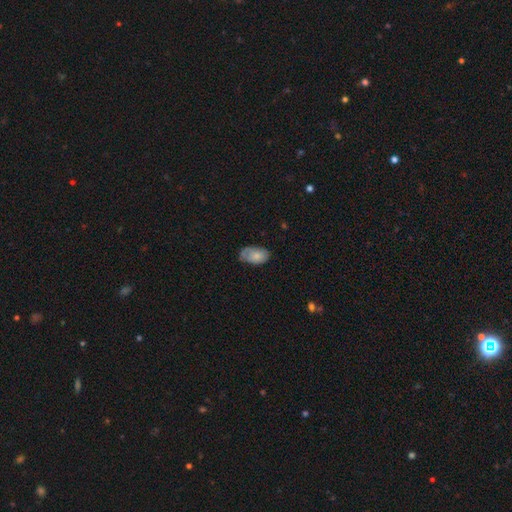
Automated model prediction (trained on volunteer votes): Smooth or featured? Predicted: smooth (p=0.72). How rounded? Predicted: in between (p=0.93). Merging? Predicted: none (p=0.54).